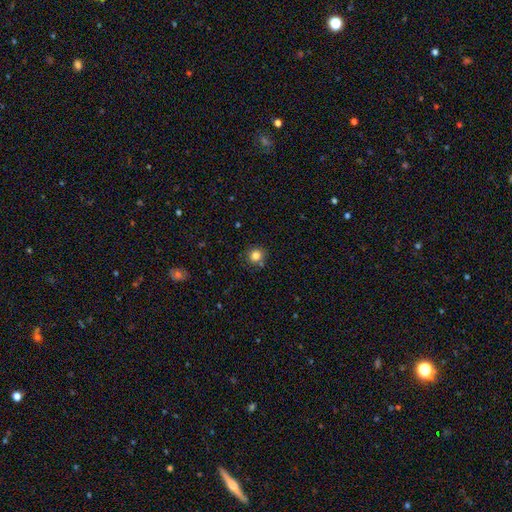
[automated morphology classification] This appears to be a smooth galaxy with no disk features (83%) that is round (91%). Merging: none (82%).